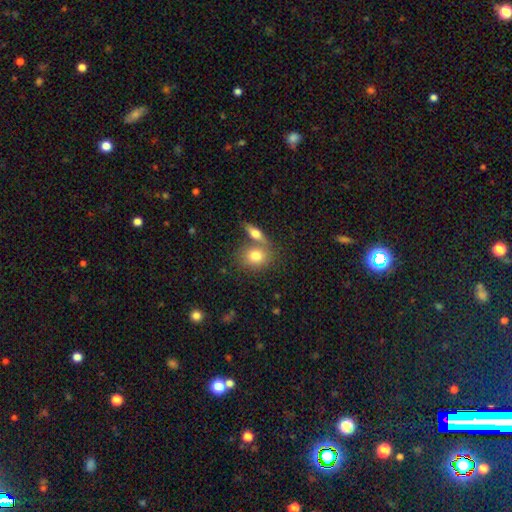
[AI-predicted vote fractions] The model was most divided on "merging": none: 46%, merger: 41%, minor disturbance: 9%, major disturbance: 3%. More confident: smooth or featured — smooth (75%); how rounded — round (56%).